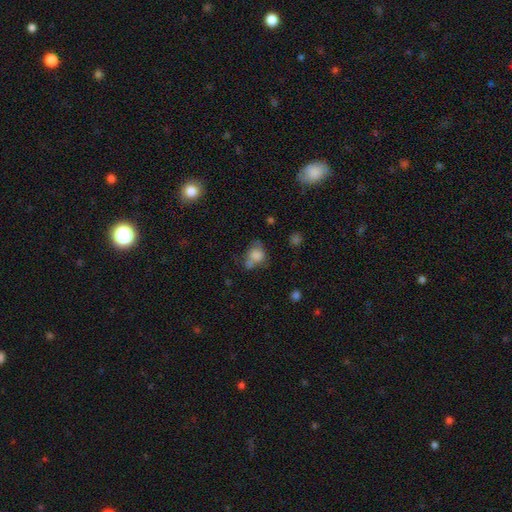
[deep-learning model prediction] smooth 69%, featured or disk 19%, star or artifact 12%. Down the decision tree: how rounded — in between (60%); merging — none (32%).